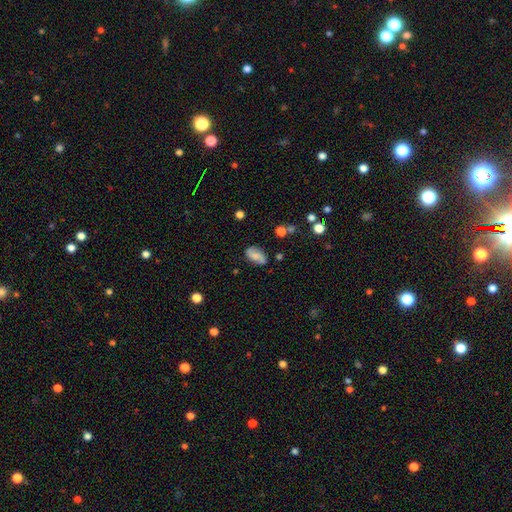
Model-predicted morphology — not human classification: Smooth or featured? smooth (46%, tied with featured or disk)
Merging? none (79%)